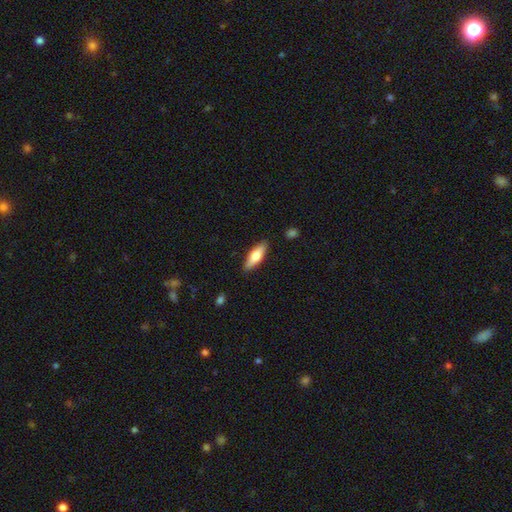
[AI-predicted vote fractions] smooth_or_featured: smooth (p=0.68) [alt: featured or disk p=0.26]
how_rounded: in between (p=0.51) [alt: cigar-shaped p=0.47]
merging: none (p=0.87) [alt: minor disturbance p=0.10]